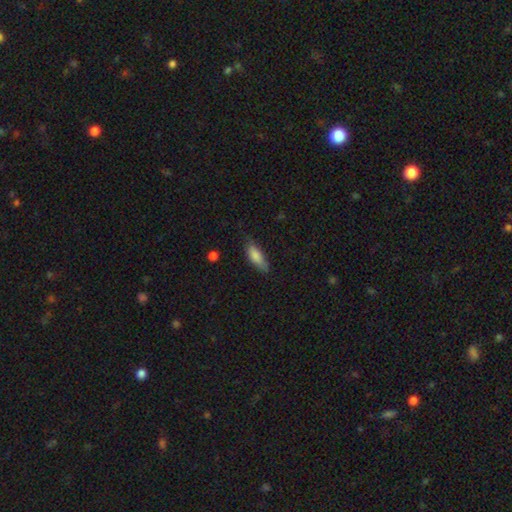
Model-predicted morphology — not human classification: A smooth galaxy with no disk features (82%) that is in between round and cigar-shaped (62%). Merging: none (71%).